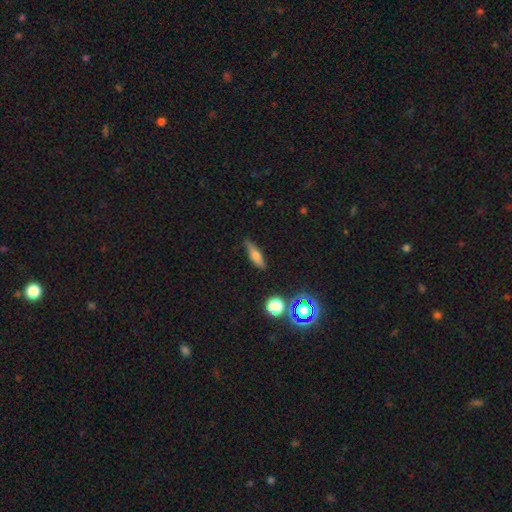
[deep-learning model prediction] Overall: smooth (53%; featured or disk 36%). How rounded: cigar-shaped (64%; in between 31%). Merging: none (84%).